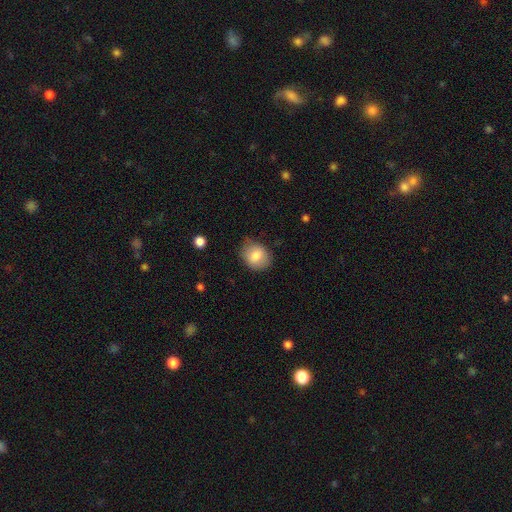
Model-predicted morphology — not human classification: type=smooth (80%); roundness=round (62%); merging=none (72%).